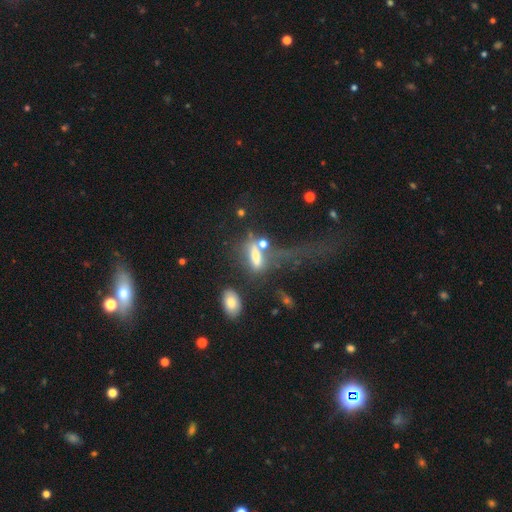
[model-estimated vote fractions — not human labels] Q: Smooth or featured?
A: smooth (49%); runner-up: featured or disk (33%)
Q: Merging?
A: major disturbance (37%); runner-up: none (25%)